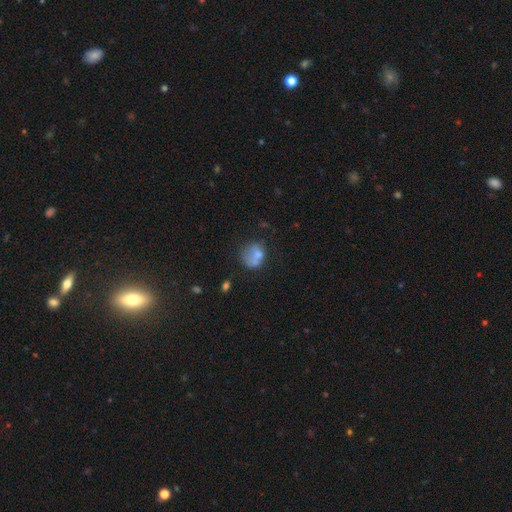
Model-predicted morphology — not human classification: smooth-or-featured: smooth: 64% | featured or disk: 25% | star or artifact: 11%
  how-rounded: round: 63% | in between: 36% | cigar-shaped: 1%
  merging: none: 37% | merger: 23% | minor disturbance: 22% | major disturbance: 18%